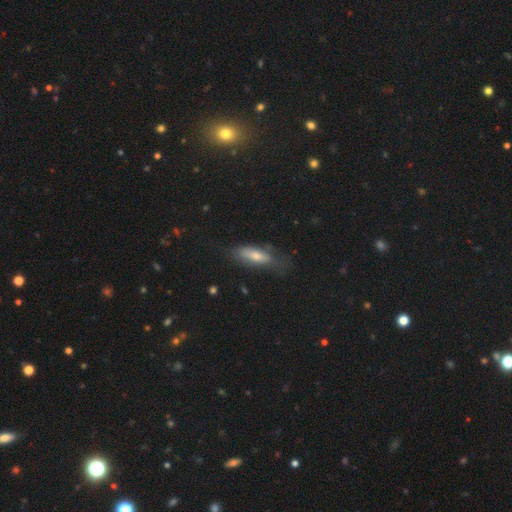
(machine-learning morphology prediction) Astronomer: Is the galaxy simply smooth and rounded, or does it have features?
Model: smooth — 56% (runner-up: featured or disk, 33%).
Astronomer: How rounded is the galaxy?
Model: in between — 55% (runner-up: cigar-shaped, 42%).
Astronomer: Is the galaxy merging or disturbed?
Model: none — 59%.